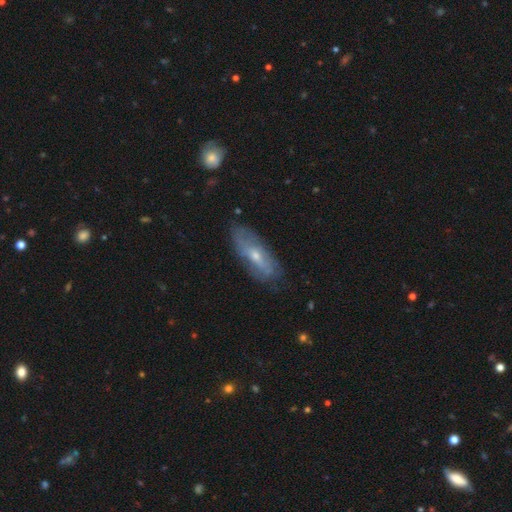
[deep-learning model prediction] A featured or disk galaxy (58%).

Vote fractions:
- Smooth or featured? featured or disk: 58% / smooth: 35% / star or artifact: 7%
- Edge-on disk? no: 74% / yes: 26%
- Merging? none: 70% / minor disturbance: 21% / major disturbance: 6% / merger: 2%